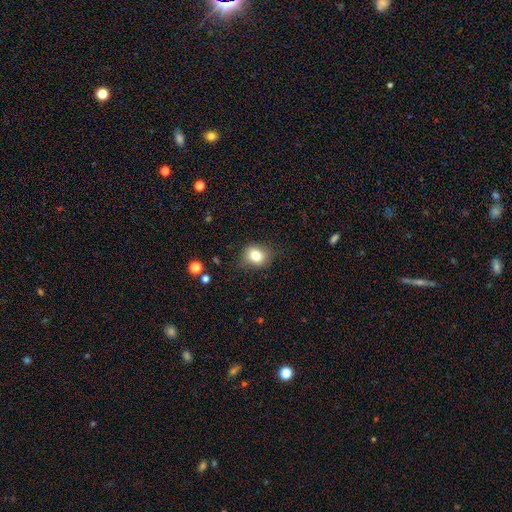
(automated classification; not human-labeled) This is likely a smooth galaxy (80%). How rounded: likely round (67%). Merging: likely none (80%).